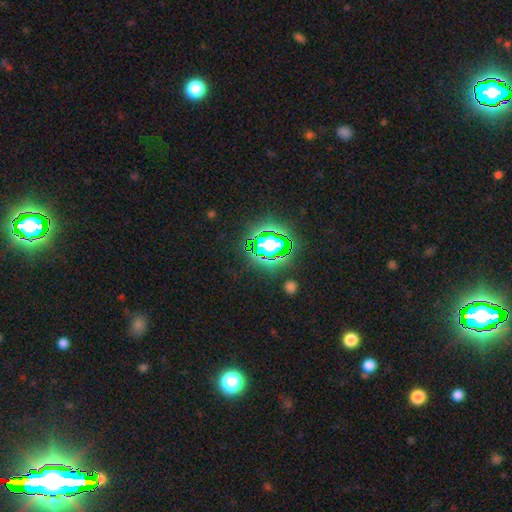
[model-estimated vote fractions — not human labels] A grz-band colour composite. It shows a star or artifact, not a galaxy (76%).